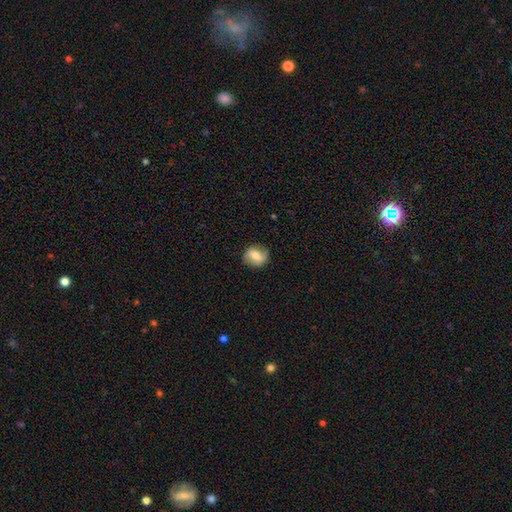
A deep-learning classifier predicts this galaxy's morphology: Q: Smooth or featured?
A: smooth (59%); runner-up: featured or disk (32%)
Q: How rounded?
A: round (67%); runner-up: in between (32%)
Q: Merging?
A: none (82%); runner-up: minor disturbance (14%)